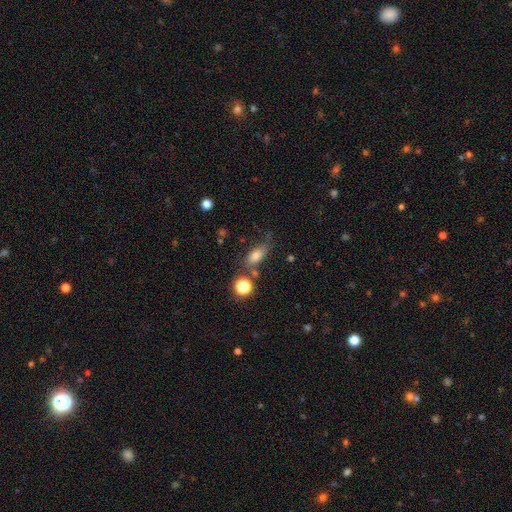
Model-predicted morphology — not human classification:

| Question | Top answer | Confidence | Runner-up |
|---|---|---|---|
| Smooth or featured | smooth | 73% | featured or disk (14%) |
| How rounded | in between | 76% | cigar-shaped (14%) |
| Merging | none | 58% | minor disturbance (21%) |